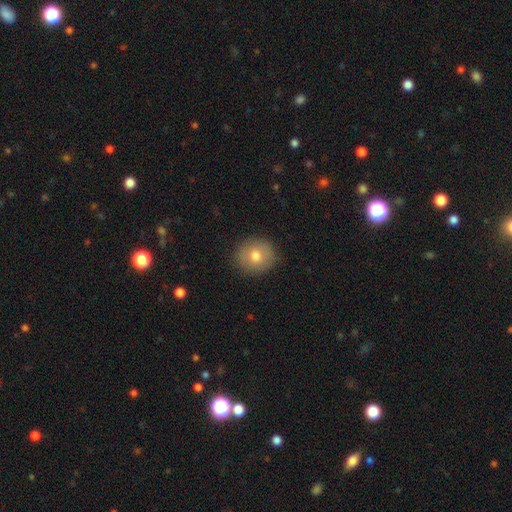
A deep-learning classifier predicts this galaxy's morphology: Smooth or featured? smooth (75%)
How rounded? round (89%)
Merging? none (89%)